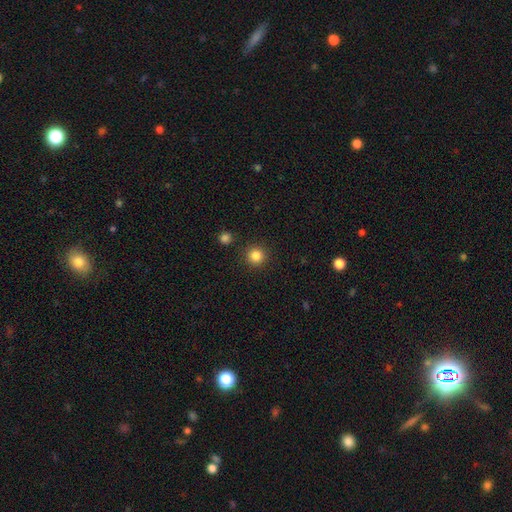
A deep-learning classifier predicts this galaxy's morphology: Smooth or featured? smooth (84%)
How rounded? round (95%)
Merging? none (90%)